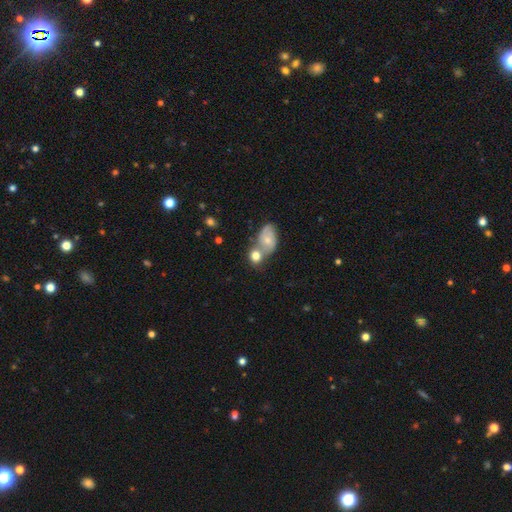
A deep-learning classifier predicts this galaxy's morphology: smooth_or_featured: smooth (p=0.71) [alt: featured or disk p=0.20]
how_rounded: round (p=0.60) [alt: in between p=0.38]
merging: merger (p=0.47) [alt: none p=0.38]